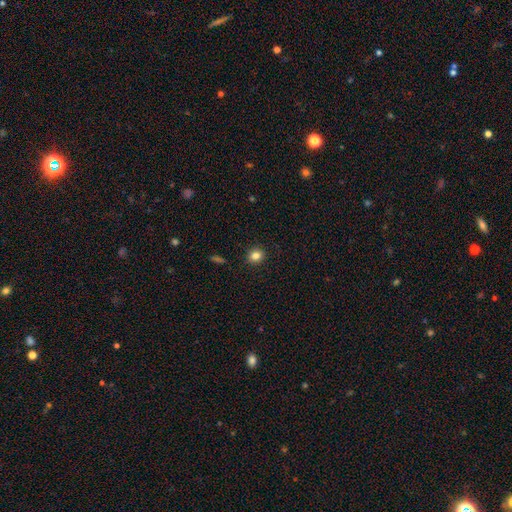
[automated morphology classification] A smooth galaxy with no disk features (83%) that is round (76%).

Vote fractions:
- Smooth or featured? smooth: 83% / star or artifact: 12% / featured or disk: 6%
- How rounded? round: 76% / in between: 23% / cigar-shaped: 1%
- Merging? none: 90% / minor disturbance: 7% / major disturbance: 2% / merger: 1%